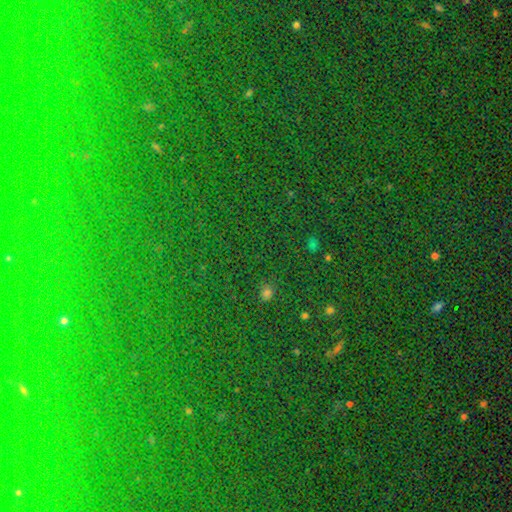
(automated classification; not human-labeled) Q: Smooth or featured?
A: star or artifact (77%); runner-up: smooth (14%)